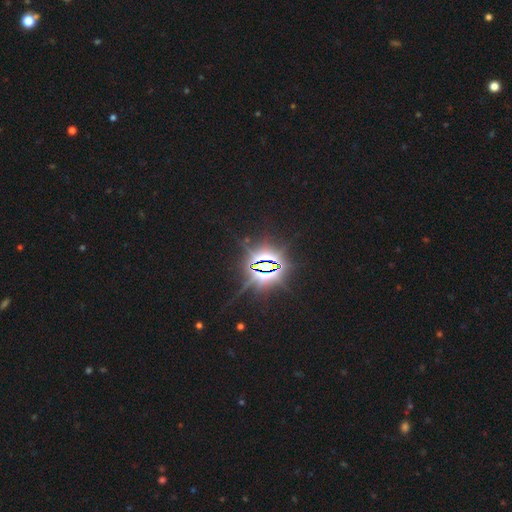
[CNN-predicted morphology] smooth-or-featured: star or artifact: 86% | featured or disk: 7% | smooth: 7%